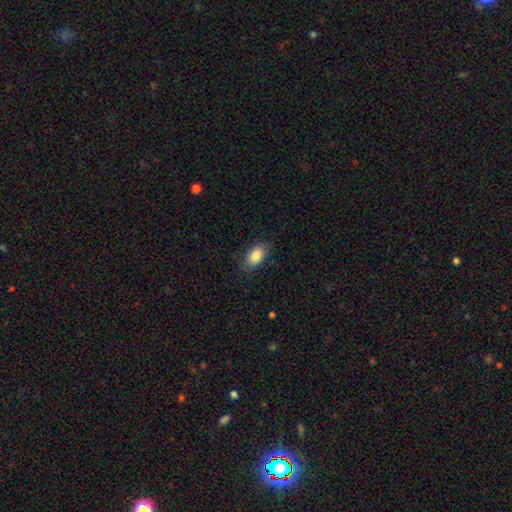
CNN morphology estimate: Smooth or featured?
  - smooth: 87% *
  - star or artifact: 7%
  - featured or disk: 6%
How rounded?
  - in between: 90% *
  - round: 8%
  - cigar-shaped: 2%
Merging?
  - none: 81% *
  - minor disturbance: 15%
  - major disturbance: 4%
  - merger: 1%